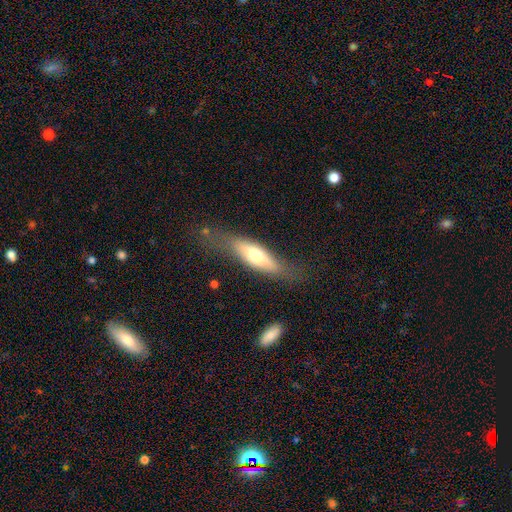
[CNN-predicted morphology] A smooth galaxy with no disk features (55%) that is cigar-shaped (53%). Merging: none (64%).